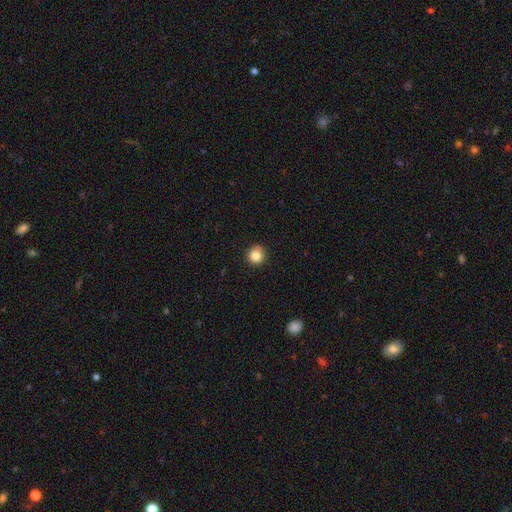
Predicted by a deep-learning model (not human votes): smooth 84%, star or artifact 11%, featured or disk 5%. Down the decision tree: how rounded — round (93%); merging — none (89%).